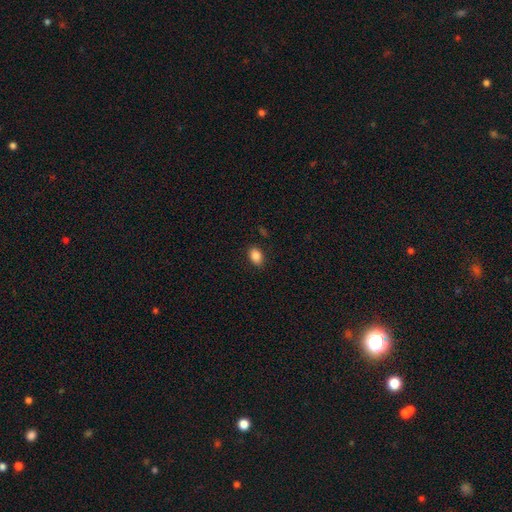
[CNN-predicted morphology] smooth_or_featured: smooth (p=0.86) [alt: star or artifact p=0.09]
how_rounded: in between (p=0.81) [alt: round p=0.17]
merging: none (p=0.87) [alt: minor disturbance p=0.10]